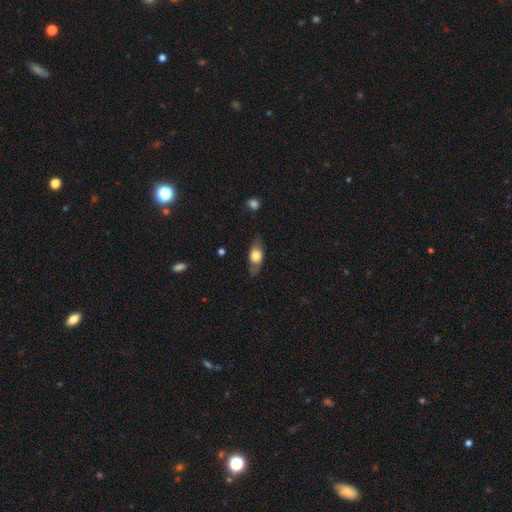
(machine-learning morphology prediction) Overall: smooth (59%; featured or disk 34%). How rounded: in between (74%). Merging: none (70%).